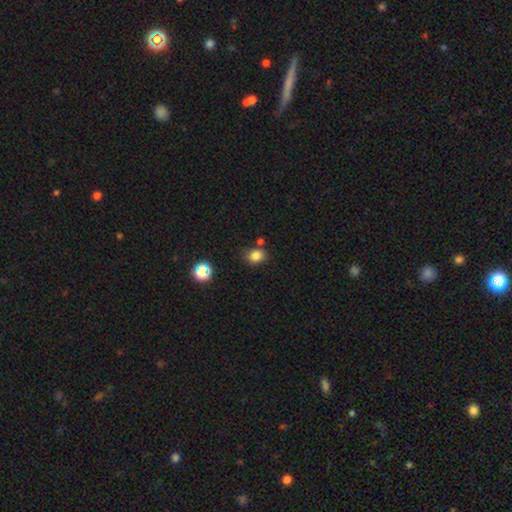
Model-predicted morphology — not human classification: type=smooth (82%); roundness=round (55%); merging=none (73%).